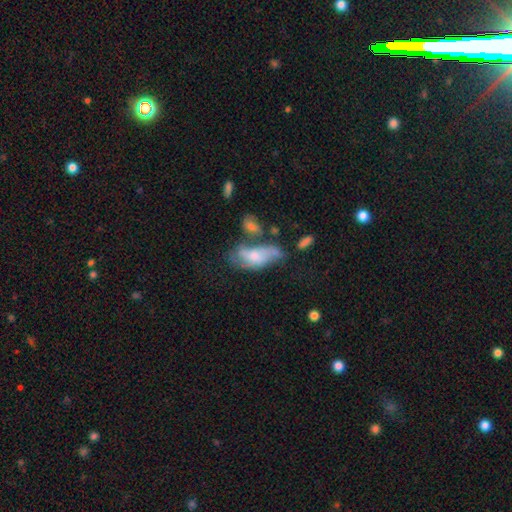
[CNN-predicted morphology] type=smooth (51%); roundness=in between (86%); merging=none (28%).